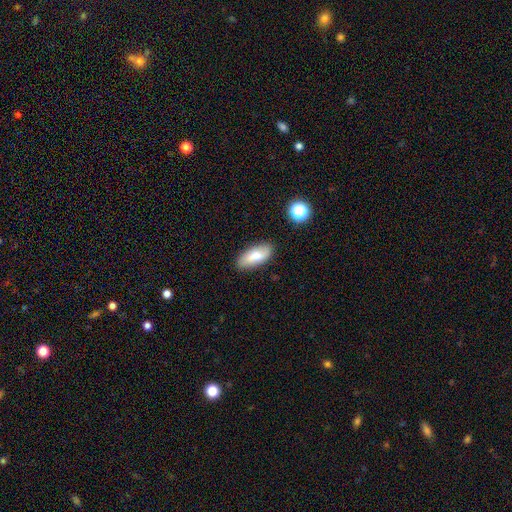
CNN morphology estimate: This appears to be a smooth galaxy with no disk features (66%) that is in between round and cigar-shaped (85%). Merging: none (84%).